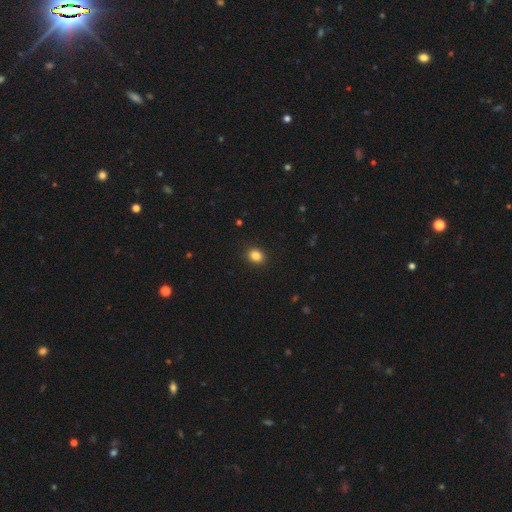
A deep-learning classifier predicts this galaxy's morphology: A smooth galaxy with no disk features (85%) that is round (56%).

Vote fractions:
- Smooth or featured? smooth: 85% / star or artifact: 11% / featured or disk: 5%
- How rounded? round: 56% / in between: 43% / cigar-shaped: 1%
- Merging? none: 91% / minor disturbance: 6% / major disturbance: 2% / merger: 1%